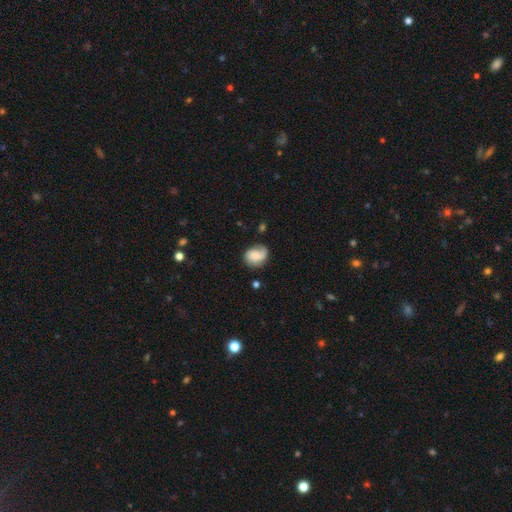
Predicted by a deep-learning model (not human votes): This is possibly a smooth galaxy (55%). How rounded: possibly round (52%). Merging: possibly none (58%).